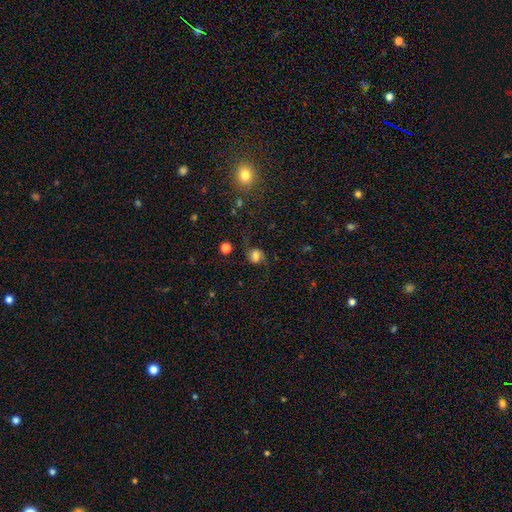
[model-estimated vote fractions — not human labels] The model was most divided on "smooth or featured": smooth: 54%, featured or disk: 32%, star or artifact: 14%. More confident: how rounded — round (66%); merging — none (60%).